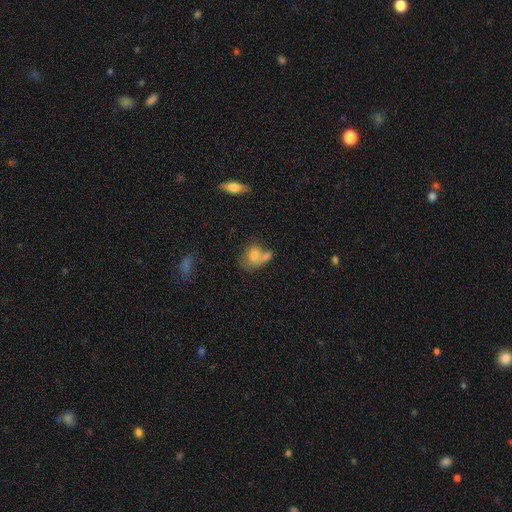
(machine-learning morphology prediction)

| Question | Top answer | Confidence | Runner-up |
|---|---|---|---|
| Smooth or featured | smooth | 68% | featured or disk (22%) |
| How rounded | in between | 66% | round (32%) |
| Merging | merger | 39% | none (33%) |